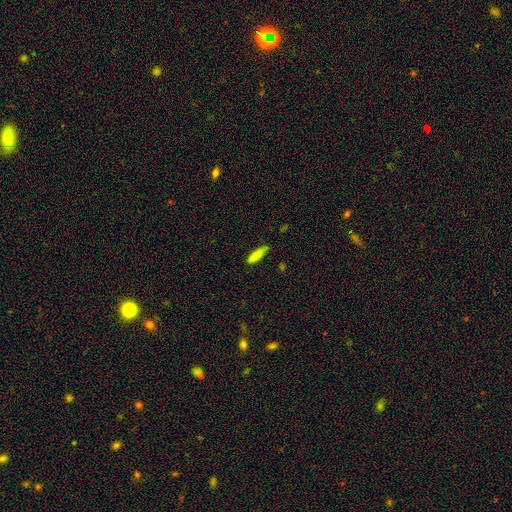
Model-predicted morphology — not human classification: A smooth galaxy with no disk features (85%) that is cigar-shaped (67%). Merging: none (73%).